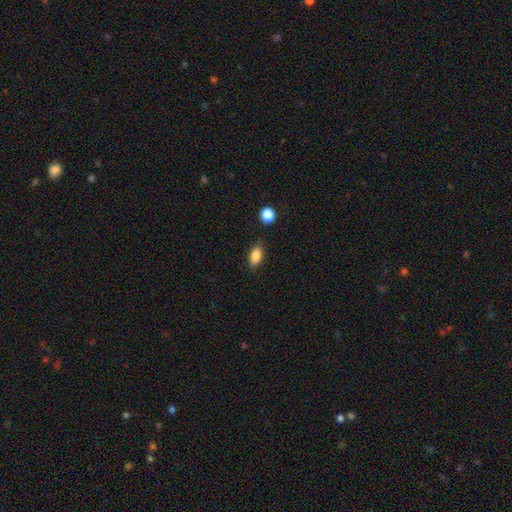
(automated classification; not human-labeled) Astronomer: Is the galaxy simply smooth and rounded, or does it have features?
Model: smooth — 85%.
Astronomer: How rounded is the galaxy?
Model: in between — 88%.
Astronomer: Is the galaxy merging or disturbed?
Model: none — 83%.